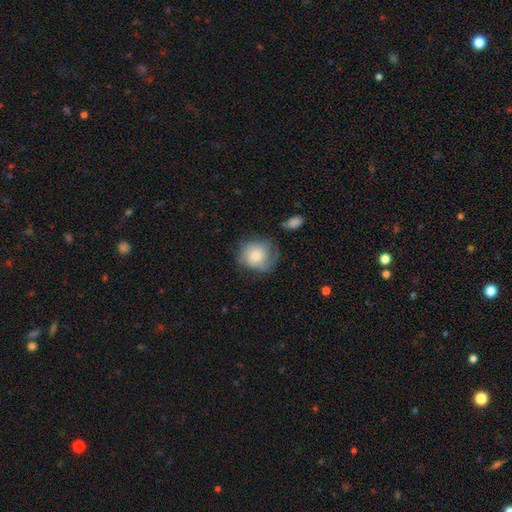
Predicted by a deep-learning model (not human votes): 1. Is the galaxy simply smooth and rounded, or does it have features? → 62% smooth, 31% featured or disk, 7% star or artifact.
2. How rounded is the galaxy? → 77% round, 22% in between, 1% cigar-shaped.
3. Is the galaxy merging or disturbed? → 51% none, 29% minor disturbance, 17% major disturbance, 3% merger.